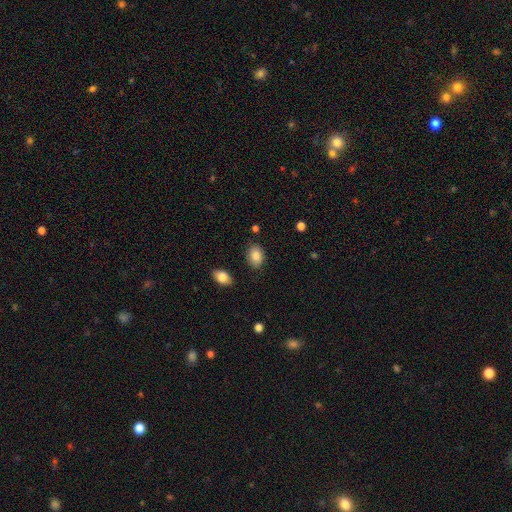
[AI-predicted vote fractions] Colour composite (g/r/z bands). It shows a smooth galaxy with no disk features (86%) that is in between round and cigar-shaped (74%). Merging: none (84%).